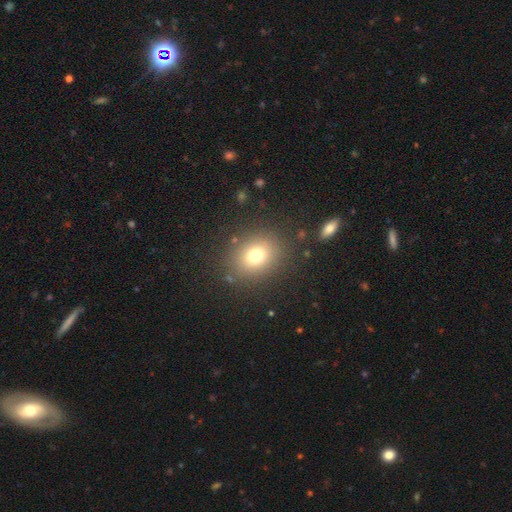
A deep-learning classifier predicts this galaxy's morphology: smooth-or-featured: smooth: 74% | star or artifact: 15% | featured or disk: 11%
  how-rounded: round: 59% | in between: 40% | cigar-shaped: 1%
  merging: none: 85% | minor disturbance: 9% | major disturbance: 5% | merger: 2%